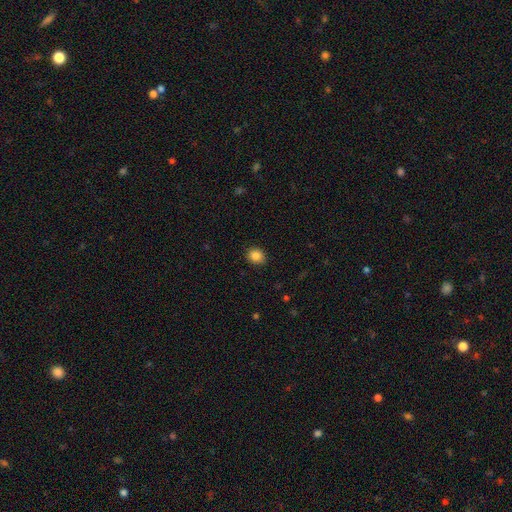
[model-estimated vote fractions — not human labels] Smooth or featured? Predicted: smooth (p=0.86). How rounded? Predicted: round (p=0.71). Merging? Predicted: none (p=0.90).